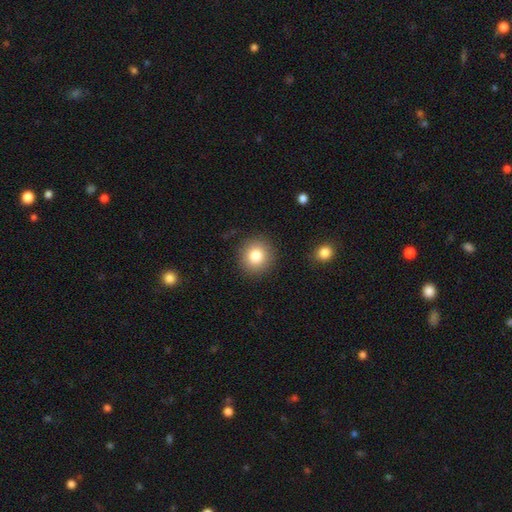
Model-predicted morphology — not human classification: smooth_or_featured: smooth (p=0.81) [alt: star or artifact p=0.11]
how_rounded: round (p=0.92) [alt: in between p=0.07]
merging: none (p=0.90) [alt: minor disturbance p=0.06]